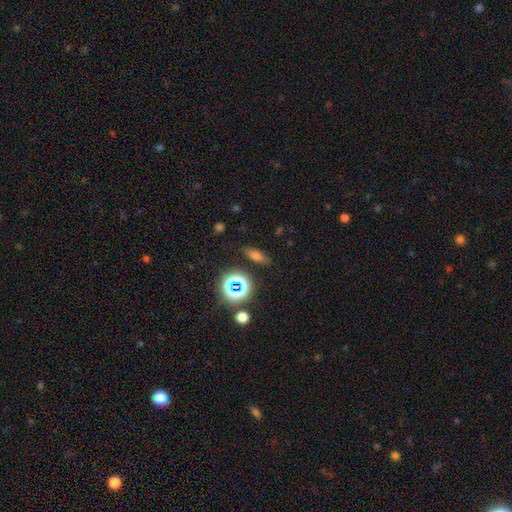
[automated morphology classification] smooth 64%, star or artifact 22%, featured or disk 15%. Down the decision tree: how rounded — in between (53%); merging — none (84%).